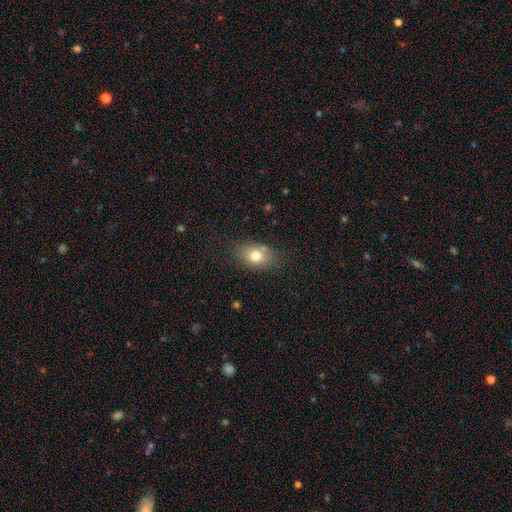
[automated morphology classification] type=smooth (75%); roundness=in between (76%); merging=none (76%).